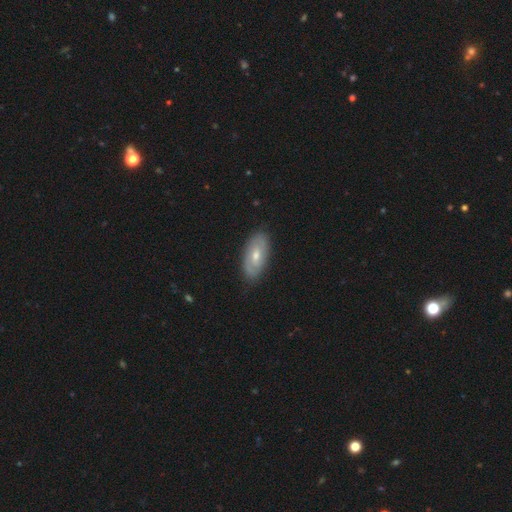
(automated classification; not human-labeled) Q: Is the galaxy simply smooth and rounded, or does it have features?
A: featured or disk — 50%.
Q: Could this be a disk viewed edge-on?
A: no — 86%.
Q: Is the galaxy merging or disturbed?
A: none — 85%.